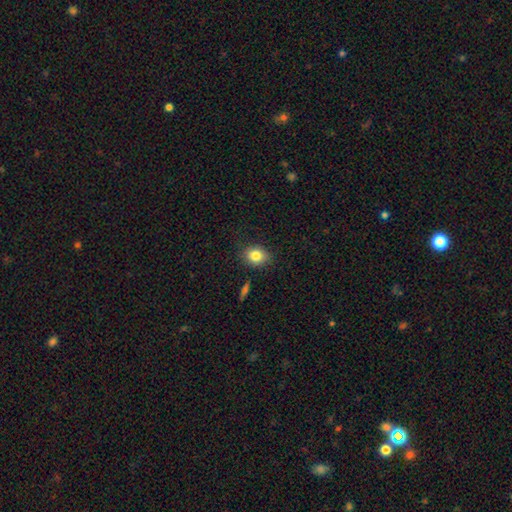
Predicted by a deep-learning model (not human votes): smooth 83%, star or artifact 10%, featured or disk 8%. Down the decision tree: how rounded — round (55%); merging — none (84%).